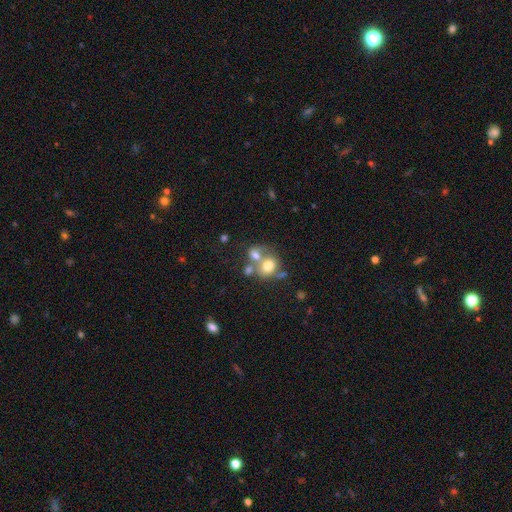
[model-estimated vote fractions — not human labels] Morphology: type=smooth (67%); roundness=round (60%); merging=merger (55%).